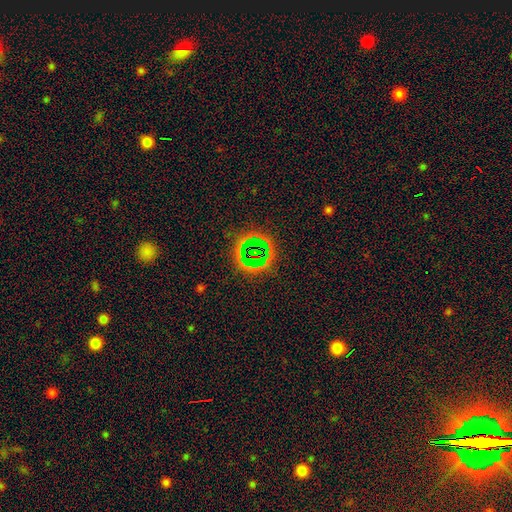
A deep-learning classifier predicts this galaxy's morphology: smooth-or-featured: star or artifact: 69% | smooth: 18% | featured or disk: 14%